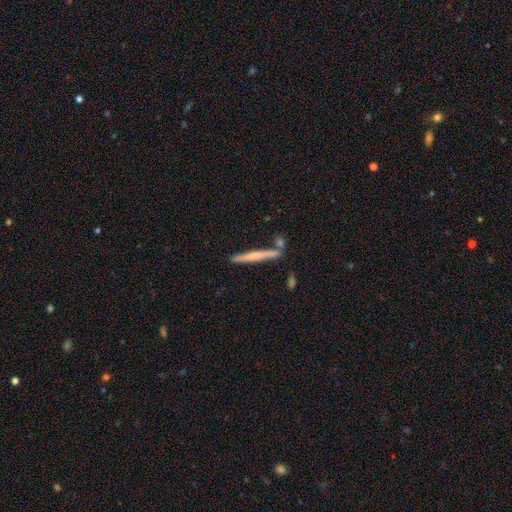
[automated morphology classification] smooth 50%, featured or disk 44%, star or artifact 6%. Down the decision tree: how rounded — cigar-shaped (96%); merging — none (81%).